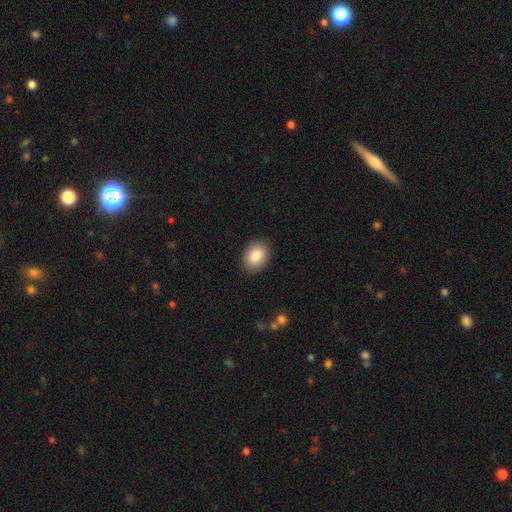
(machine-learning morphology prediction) A smooth galaxy with no disk features (87%) that is in between round and cigar-shaped (70%).

Vote fractions:
- Smooth or featured? smooth: 87% / star or artifact: 7% / featured or disk: 6%
- How rounded? in between: 70% / round: 29% / cigar-shaped: 1%
- Merging? none: 89% / minor disturbance: 8% / major disturbance: 2% / merger: 1%